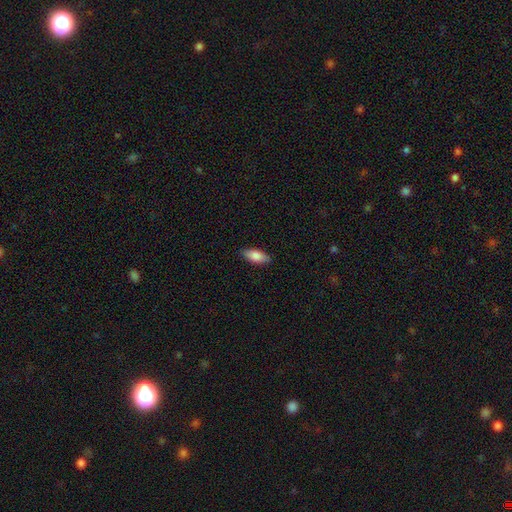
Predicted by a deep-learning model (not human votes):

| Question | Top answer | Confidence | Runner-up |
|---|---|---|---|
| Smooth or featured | smooth | 82% | featured or disk (12%) |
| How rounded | in between | 84% | cigar-shaped (14%) |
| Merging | none | 87% | minor disturbance (10%) |